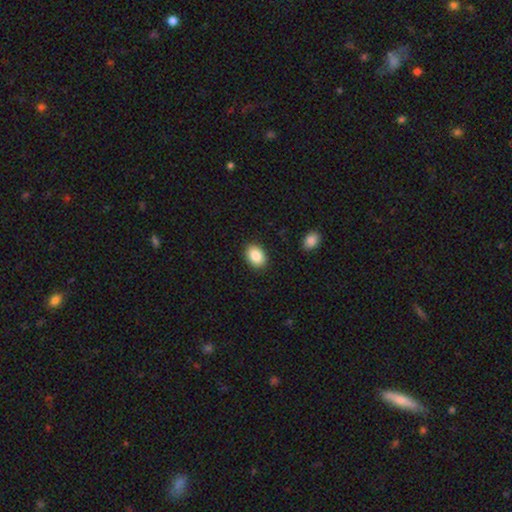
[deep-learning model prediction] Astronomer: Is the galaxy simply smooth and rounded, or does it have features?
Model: smooth — 87%.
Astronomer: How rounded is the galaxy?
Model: in between — 76%.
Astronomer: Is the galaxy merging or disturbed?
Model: none — 89%.